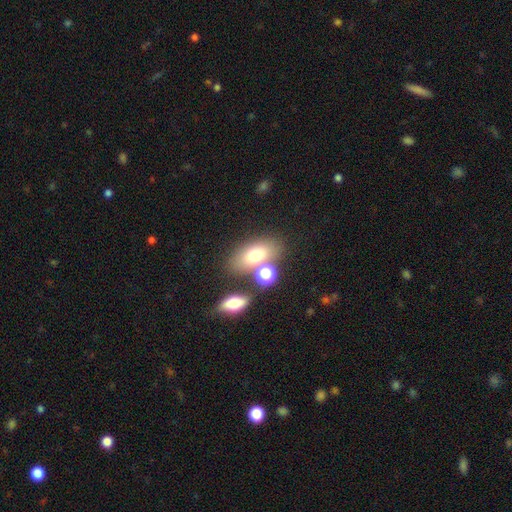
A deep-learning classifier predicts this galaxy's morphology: smooth 70%, featured or disk 18%, star or artifact 12%. Down the decision tree: how rounded — in between (79%); merging — none (61%).